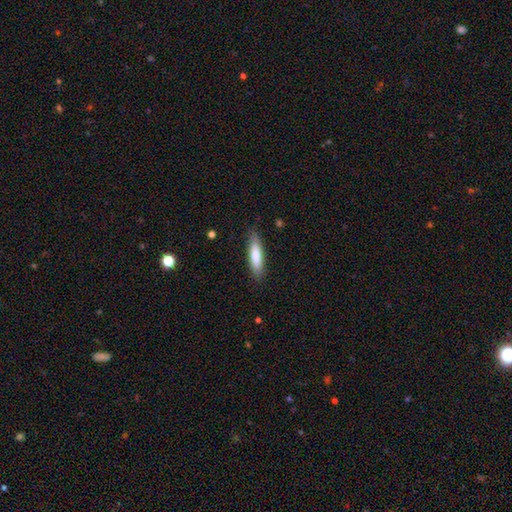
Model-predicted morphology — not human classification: Smooth or featured? Predicted: smooth (p=0.78). How rounded? Predicted: cigar-shaped (p=0.70). Merging? Predicted: none (p=0.85).